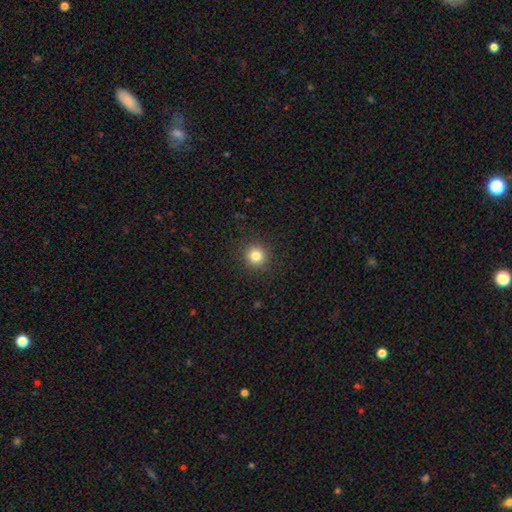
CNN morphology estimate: This is clearly a smooth galaxy (83%). How rounded: clearly round (93%). Merging: clearly none (91%).